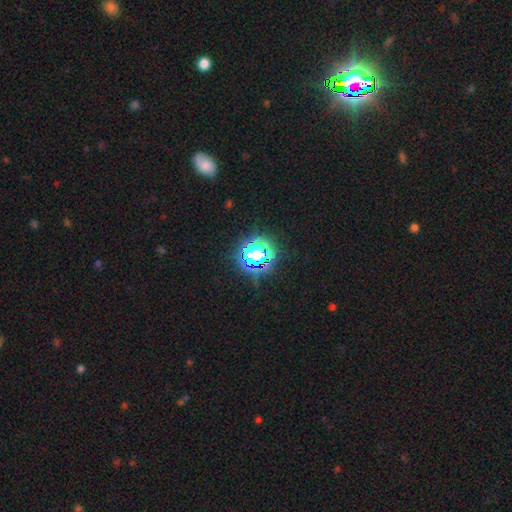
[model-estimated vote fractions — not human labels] smooth-or-featured: star or artifact: 64% | smooth: 25% | featured or disk: 11%